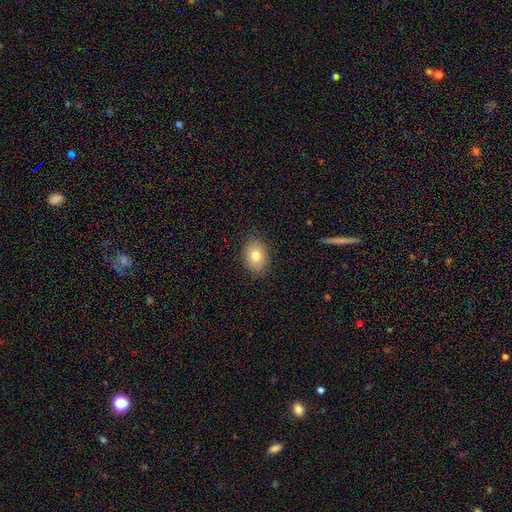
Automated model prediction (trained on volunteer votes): A smooth galaxy with no disk features (78%) that is in between round and cigar-shaped (68%). Merging: none (86%).